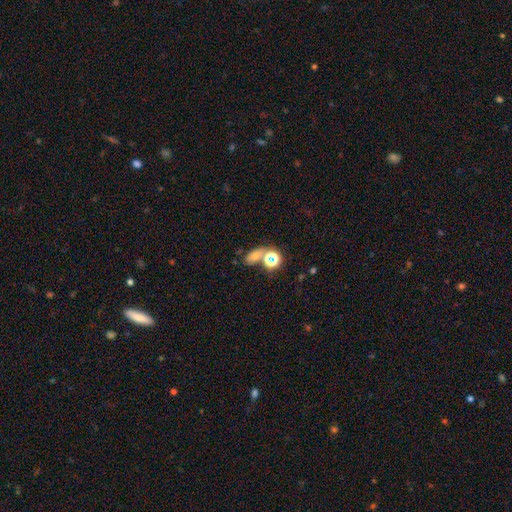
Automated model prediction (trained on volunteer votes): Smooth or featured? Predicted: smooth (p=0.55). How rounded? Predicted: in between (p=0.68). Merging? Predicted: none (p=0.51).